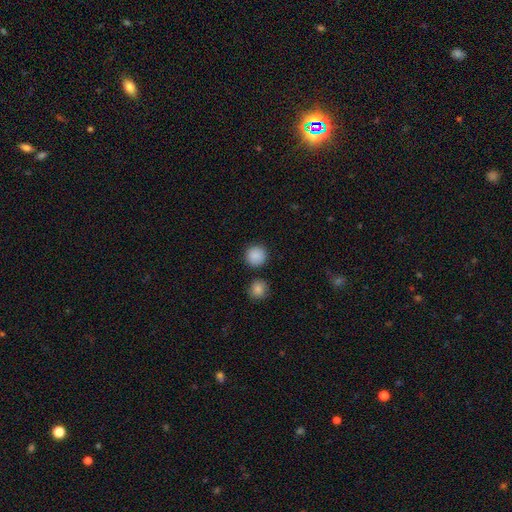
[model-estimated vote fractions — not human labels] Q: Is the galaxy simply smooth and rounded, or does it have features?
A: smooth — 88%.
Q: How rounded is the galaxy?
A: round — 94%.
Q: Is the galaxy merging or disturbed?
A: none — 88%.